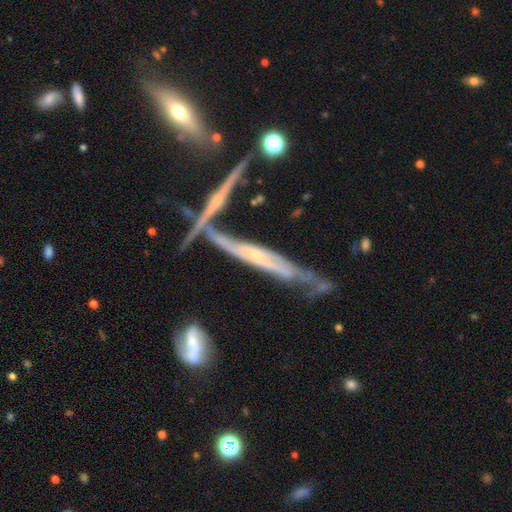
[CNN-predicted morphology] smooth_or_featured: featured or disk (p=0.79) [alt: smooth p=0.13]
disk_edge_on: yes (p=0.69) [alt: no p=0.31]
edge_on_bulge: none (p=0.50) [alt: rounded p=0.38]
merging: none (p=0.50) [alt: minor disturbance p=0.22]